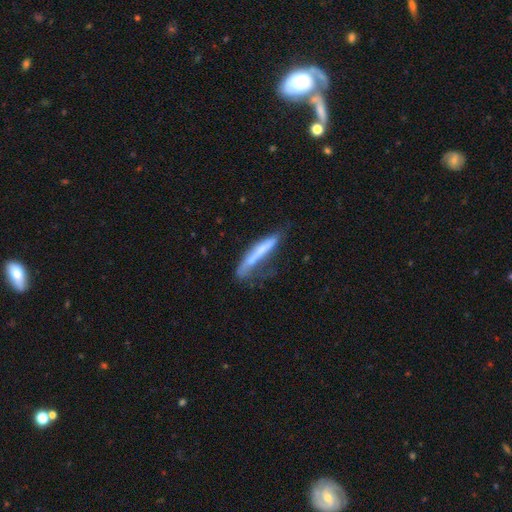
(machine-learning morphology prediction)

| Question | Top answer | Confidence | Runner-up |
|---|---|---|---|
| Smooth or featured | smooth | 53% | featured or disk (39%) |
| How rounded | cigar-shaped | 93% | in between (6%) |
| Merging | none | 47% | minor disturbance (29%) |